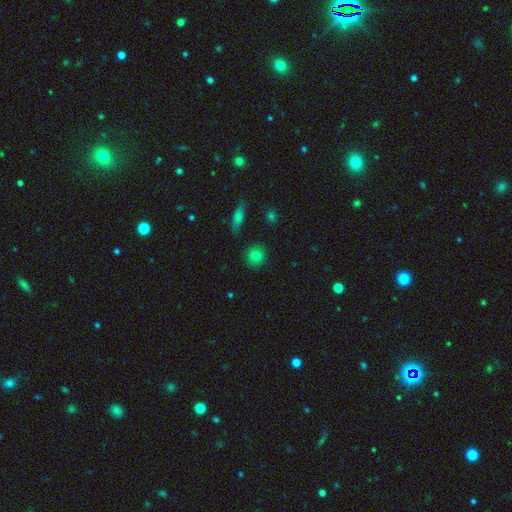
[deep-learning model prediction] smooth 81%, star or artifact 10%, featured or disk 9%. Down the decision tree: how rounded — round (87%); merging — none (88%).